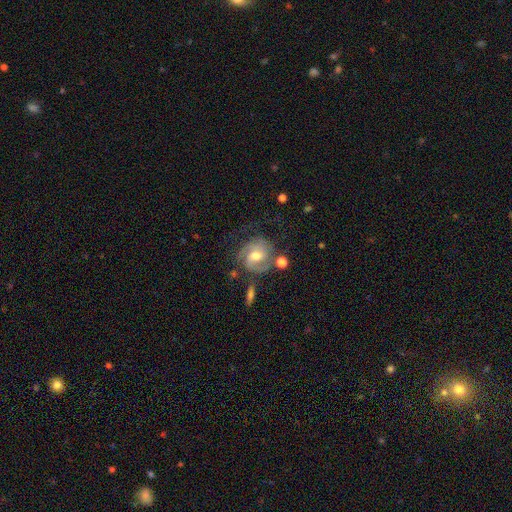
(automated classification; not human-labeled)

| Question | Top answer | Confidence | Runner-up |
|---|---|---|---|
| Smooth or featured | featured or disk | 80% | smooth (13%) |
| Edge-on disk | no | 97% | yes (3%) |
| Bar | weak | 45% | no (42%) |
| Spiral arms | yes | 94% | no (6%) |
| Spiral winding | tight | 45% | medium (42%) |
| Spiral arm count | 2 | 56% | 3 (18%) |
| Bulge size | moderate | 72% | small (21%) |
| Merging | none | 61% | minor disturbance (20%) |